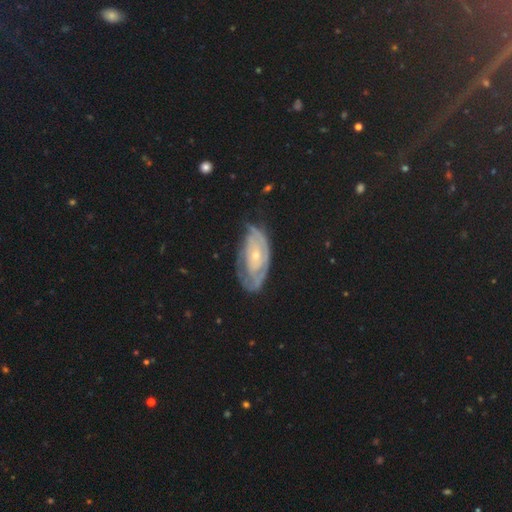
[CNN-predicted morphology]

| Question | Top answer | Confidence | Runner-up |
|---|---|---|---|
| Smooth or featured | featured or disk | 76% | smooth (17%) |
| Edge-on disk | no | 92% | yes (8%) |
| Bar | no | 78% | weak (18%) |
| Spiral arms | yes | 80% | no (20%) |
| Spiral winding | tight | 72% | medium (20%) |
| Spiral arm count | can't tell | 54% | 2 (24%) |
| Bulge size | small | 70% | moderate (26%) |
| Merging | none | 62% | minor disturbance (25%) |